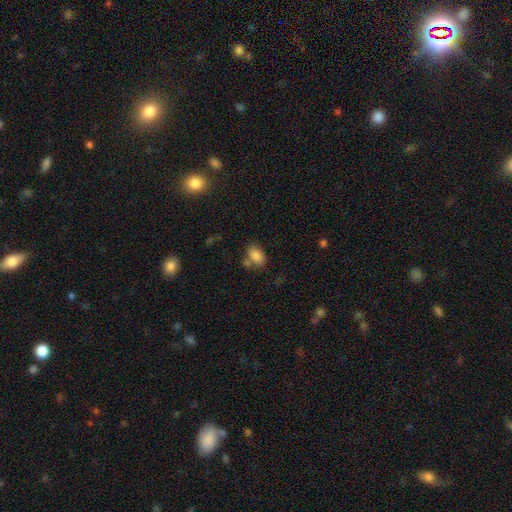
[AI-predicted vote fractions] The model was most divided on "merging": none: 59%, minor disturbance: 18%, merger: 18%, major disturbance: 6%. More confident: how rounded — in between (84%); smooth or featured — smooth (84%).